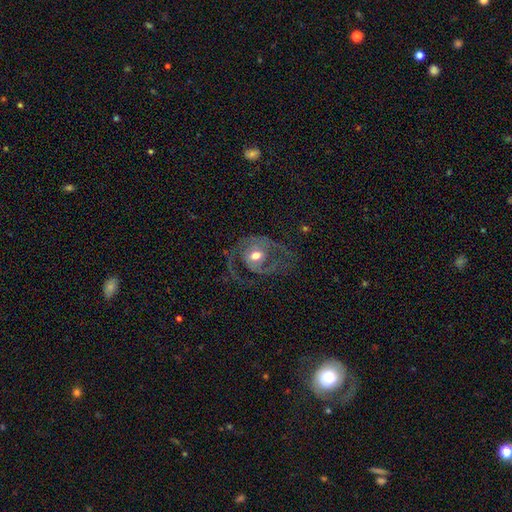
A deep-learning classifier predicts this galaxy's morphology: This appears to be a featured or disk galaxy (79%) with no bar (58%), 2 (69%) medium (46%) spiral arms (84%) and a moderate central bulge (75%). Merging: none (54%).